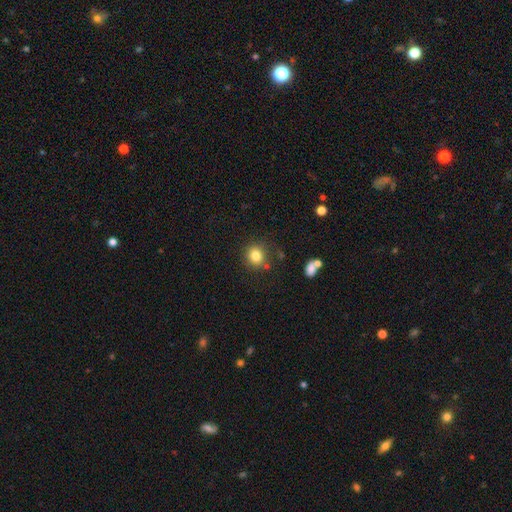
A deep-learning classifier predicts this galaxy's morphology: Smooth or featured?
  - smooth: 82% *
  - star or artifact: 12%
  - featured or disk: 7%
How rounded?
  - round: 83% *
  - in between: 16%
  - cigar-shaped: 1%
Merging?
  - none: 81% *
  - minor disturbance: 11%
  - merger: 5%
  - major disturbance: 3%